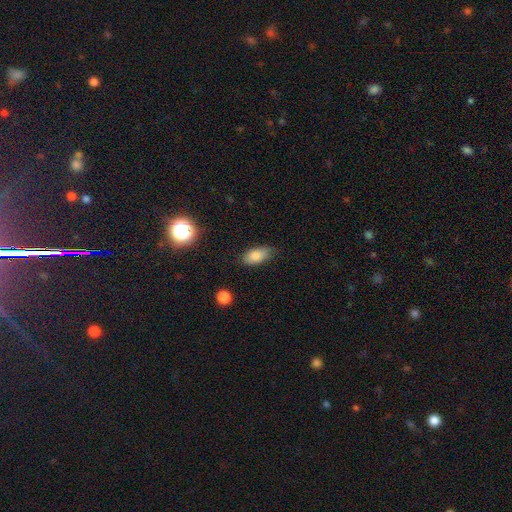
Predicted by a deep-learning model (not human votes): smooth_or_featured: smooth (p=0.83) [alt: star or artifact p=0.09]
how_rounded: in between (p=0.90) [alt: cigar-shaped p=0.06]
merging: none (p=0.79) [alt: minor disturbance p=0.16]